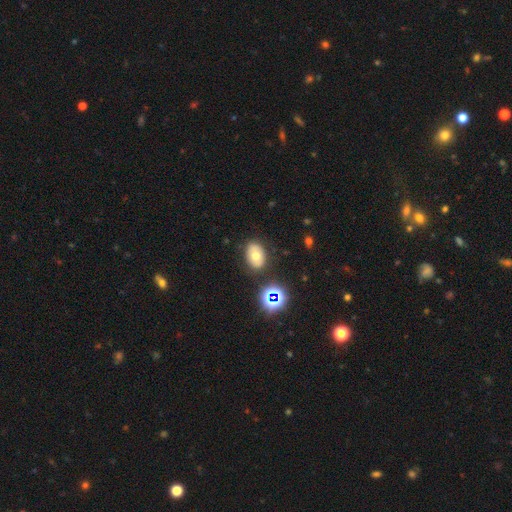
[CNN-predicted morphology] smooth-or-featured: smooth: 61% | featured or disk: 24% | star or artifact: 15%
  how-rounded: in between: 77% | round: 22% | cigar-shaped: 1%
  merging: none: 81% | minor disturbance: 12% | major disturbance: 4% | merger: 3%